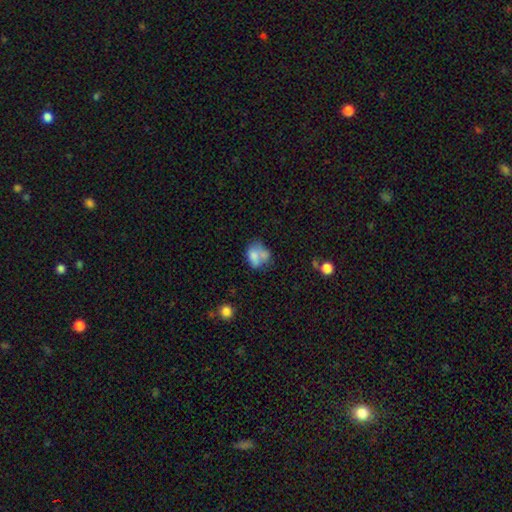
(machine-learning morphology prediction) smooth 68%, featured or disk 22%, star or artifact 10%. Down the decision tree: how rounded — in between (66%); merging — merger (46%).